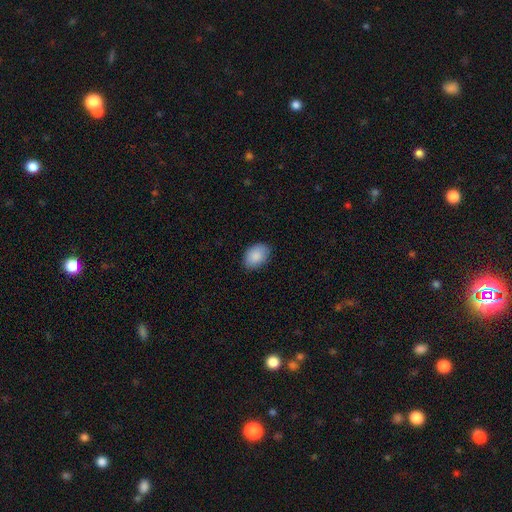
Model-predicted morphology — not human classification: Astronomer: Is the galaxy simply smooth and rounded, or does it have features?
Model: smooth — 89%.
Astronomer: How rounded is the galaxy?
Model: in between — 84%.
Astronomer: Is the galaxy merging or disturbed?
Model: none — 85%.